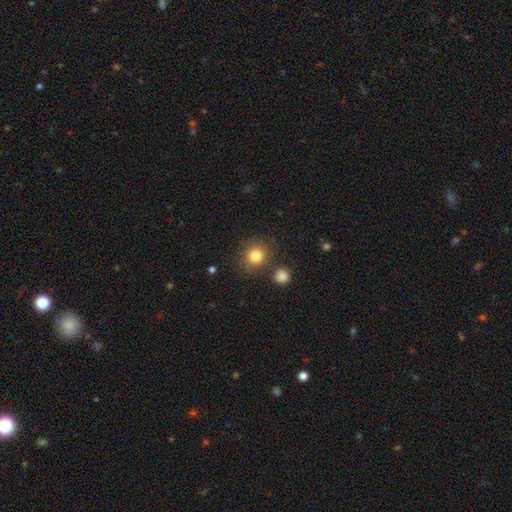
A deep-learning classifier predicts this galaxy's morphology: Q: Smooth or featured?
A: smooth (82%); runner-up: star or artifact (11%)
Q: How rounded?
A: round (88%); runner-up: in between (11%)
Q: Merging?
A: none (78%); runner-up: minor disturbance (11%)